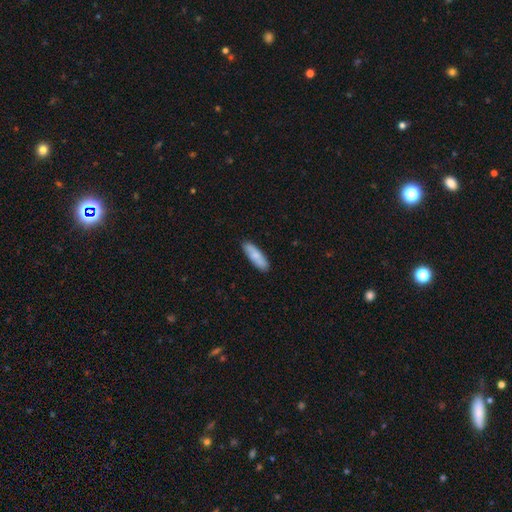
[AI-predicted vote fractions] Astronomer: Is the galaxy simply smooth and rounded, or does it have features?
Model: smooth — 83%.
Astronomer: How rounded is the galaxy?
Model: cigar-shaped — 55% (runner-up: in between, 44%).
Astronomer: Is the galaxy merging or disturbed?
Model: none — 88%.